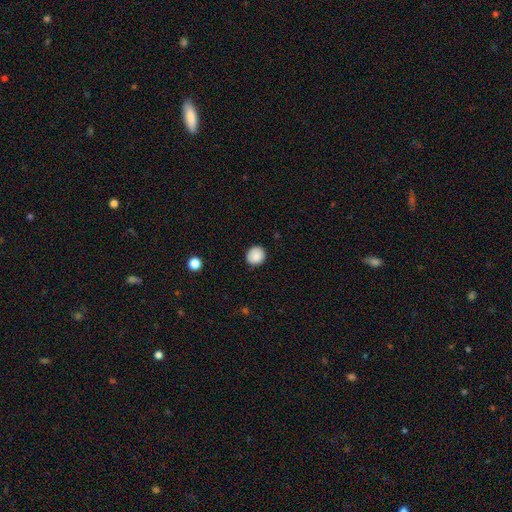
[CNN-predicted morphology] smooth 87%, star or artifact 8%, featured or disk 4%. Down the decision tree: how rounded — round (87%); merging — none (89%).